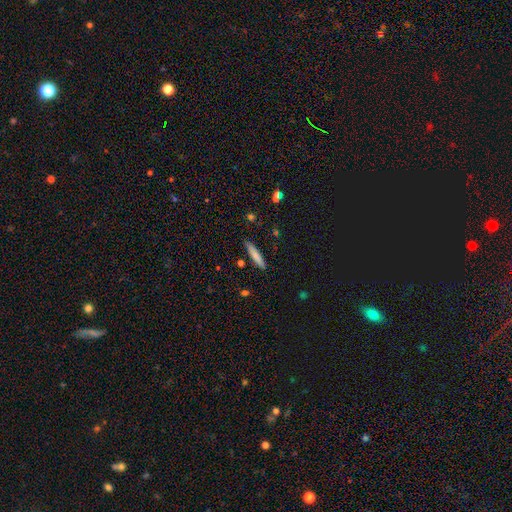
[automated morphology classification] Smooth or featured?
  - smooth: 75% *
  - featured or disk: 19%
  - star or artifact: 6%
How rounded?
  - cigar-shaped: 91% *
  - in between: 8%
  - round: 1%
Merging?
  - none: 87% *
  - minor disturbance: 10%
  - merger: 2%
  - major disturbance: 2%